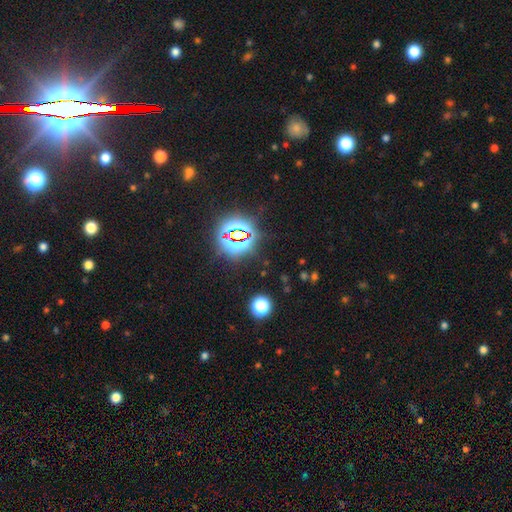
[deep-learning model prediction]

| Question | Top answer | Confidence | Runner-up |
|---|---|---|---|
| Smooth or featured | star or artifact | 80% | smooth (13%) |